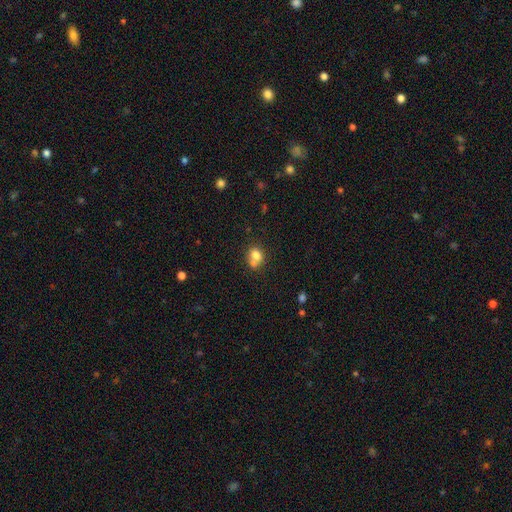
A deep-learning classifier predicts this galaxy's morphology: This appears to be a smooth galaxy with no disk features (75%) that is round (57%). Merging: merger (52%).